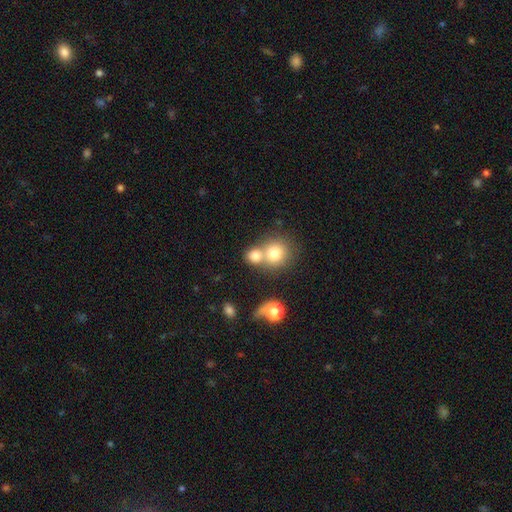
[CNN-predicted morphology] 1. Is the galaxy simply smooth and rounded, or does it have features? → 77% smooth, 12% star or artifact, 11% featured or disk.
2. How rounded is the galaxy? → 78% round, 20% in between, 1% cigar-shaped.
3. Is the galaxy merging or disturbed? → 51% merger, 39% none, 7% minor disturbance, 4% major disturbance.